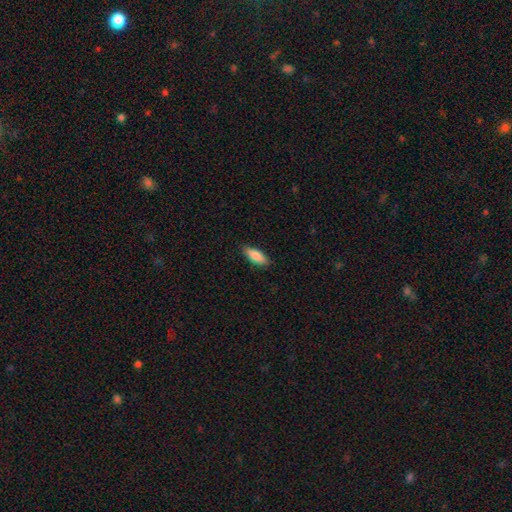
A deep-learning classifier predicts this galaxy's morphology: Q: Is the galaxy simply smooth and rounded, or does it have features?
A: smooth — 86%.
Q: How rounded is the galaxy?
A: in between — 72%.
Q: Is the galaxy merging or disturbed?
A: none — 87%.